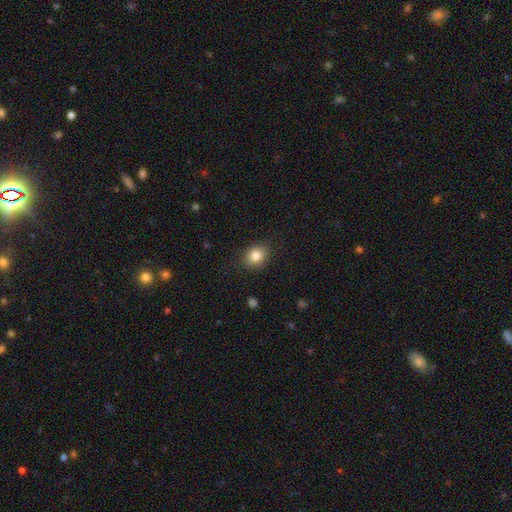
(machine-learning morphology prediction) Q: Smooth or featured?
A: smooth (83%); runner-up: star or artifact (10%)
Q: How rounded?
A: round (63%); runner-up: in between (36%)
Q: Merging?
A: none (85%); runner-up: minor disturbance (12%)